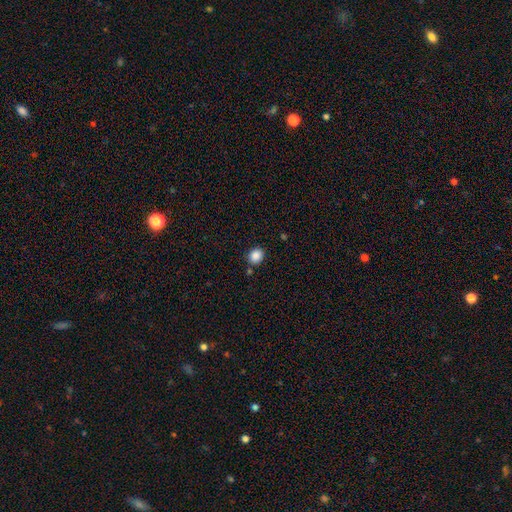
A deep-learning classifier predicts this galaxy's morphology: smooth 87%, star or artifact 9%, featured or disk 3%. Down the decision tree: how rounded — round (67%); merging — none (83%).